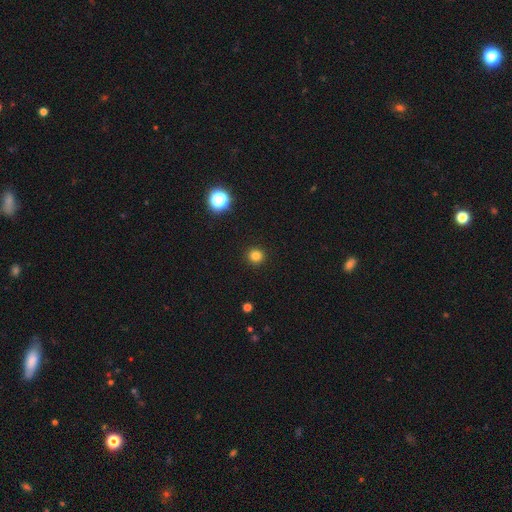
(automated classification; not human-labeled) Smooth or featured? Predicted: smooth (p=0.81). How rounded? Predicted: round (p=0.93). Merging? Predicted: none (p=0.93).